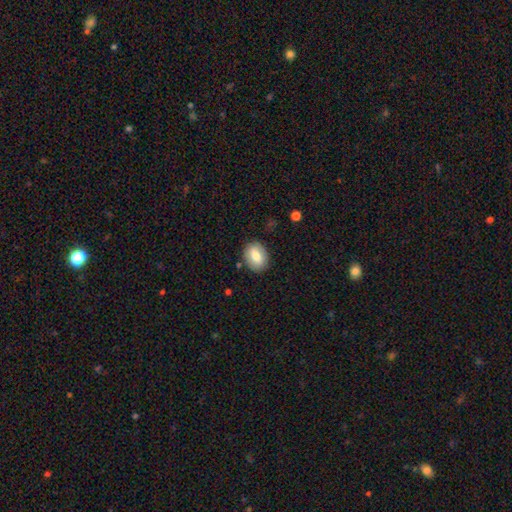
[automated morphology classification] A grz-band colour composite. It shows a smooth galaxy with no disk features (76%) that is in between round and cigar-shaped (68%). Merging: none (86%).